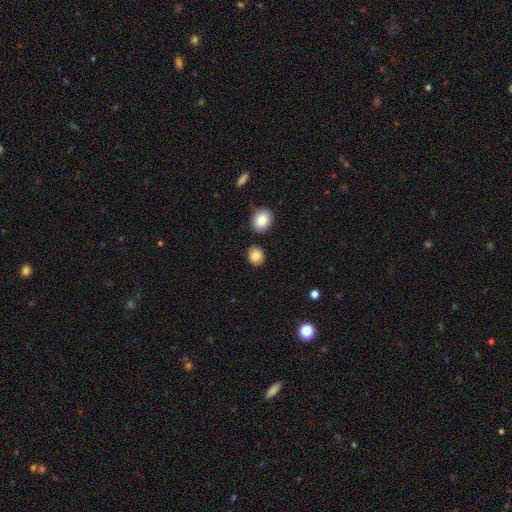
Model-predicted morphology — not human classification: Q: Smooth or featured?
A: smooth (87%); runner-up: star or artifact (8%)
Q: How rounded?
A: round (65%); runner-up: in between (34%)
Q: Merging?
A: none (82%); runner-up: minor disturbance (10%)